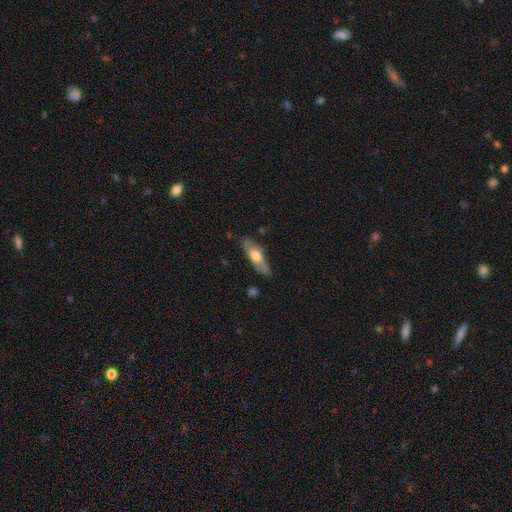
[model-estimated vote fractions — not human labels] smooth-or-featured: smooth: 52% | featured or disk: 43% | star or artifact: 5%
  how-rounded: in between: 53% | cigar-shaped: 44% | round: 3%
  merging: none: 80% | minor disturbance: 15% | major disturbance: 4% | merger: 2%